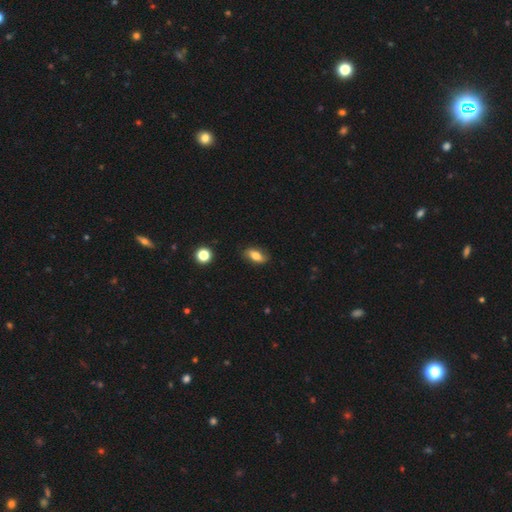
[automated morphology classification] smooth-or-featured: smooth: 69% | featured or disk: 23% | star or artifact: 8%
  how-rounded: in between: 82% | cigar-shaped: 11% | round: 7%
  merging: none: 80% | minor disturbance: 15% | major disturbance: 3% | merger: 1%